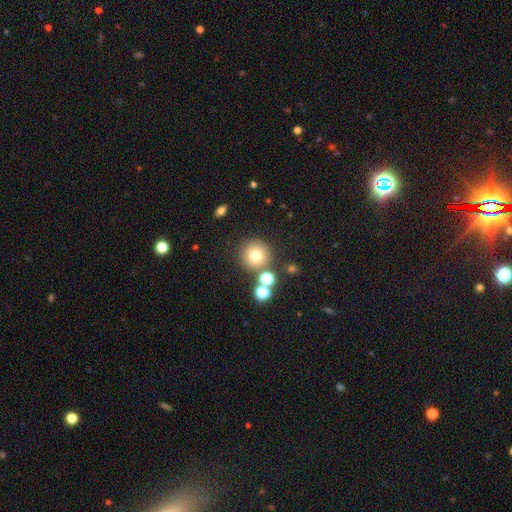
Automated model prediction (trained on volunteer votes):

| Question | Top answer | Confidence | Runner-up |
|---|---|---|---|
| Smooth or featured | smooth | 74% | star or artifact (16%) |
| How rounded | round | 95% | in between (4%) |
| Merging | none | 77% | merger (11%) |